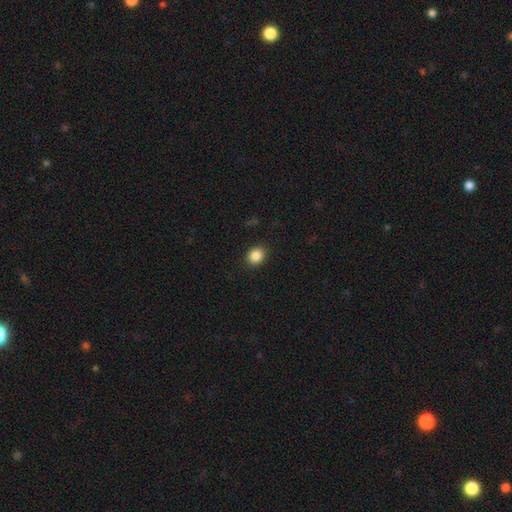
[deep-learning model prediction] Smooth or featured? smooth (86%)
How rounded? round (61%)
Merging? none (90%)